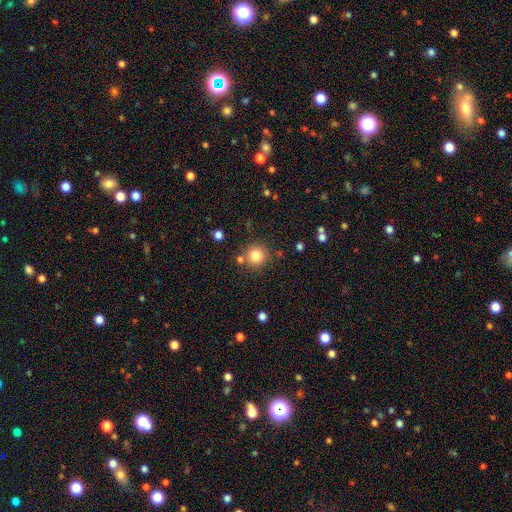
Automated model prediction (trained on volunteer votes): Smooth or featured?
  - smooth: 82% *
  - star or artifact: 12%
  - featured or disk: 7%
How rounded?
  - round: 93% *
  - in between: 6%
  - cigar-shaped: 1%
Merging?
  - none: 79% *
  - merger: 9%
  - minor disturbance: 9%
  - major disturbance: 3%